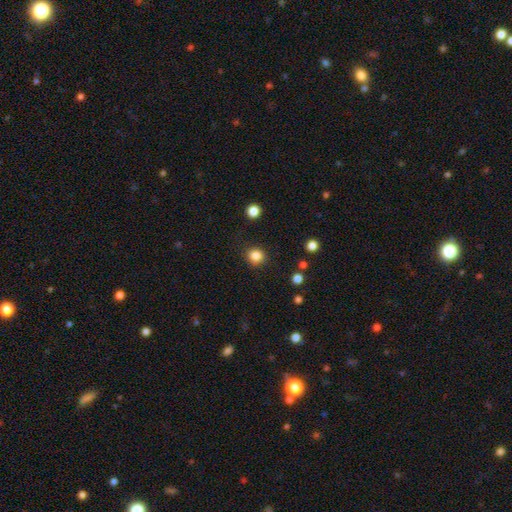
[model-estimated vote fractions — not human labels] Overall: smooth (84%). How rounded: round (84%). Merging: none (86%).